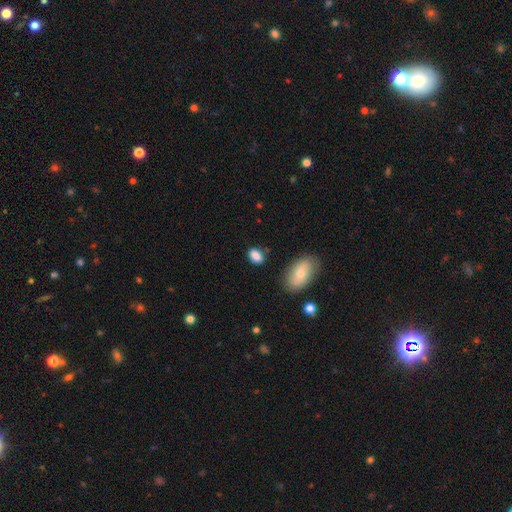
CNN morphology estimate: This is clearly a smooth galaxy (86%). How rounded: clearly in between (82%). Merging: likely none (79%).